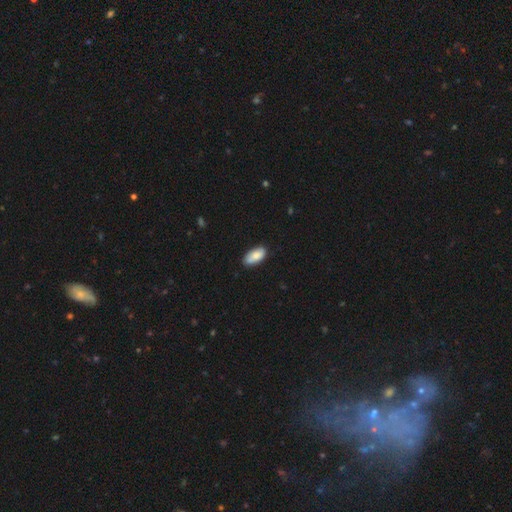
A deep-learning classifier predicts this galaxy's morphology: A smooth galaxy with no disk features (82%) that is in between round and cigar-shaped (92%).

Vote fractions:
- Smooth or featured? smooth: 82% / featured or disk: 12% / star or artifact: 6%
- How rounded? in between: 92% / cigar-shaped: 6% / round: 2%
- Merging? none: 77% / minor disturbance: 19% / major disturbance: 3% / merger: 1%